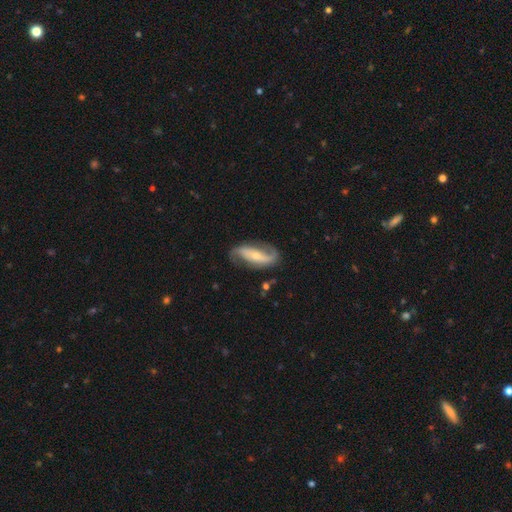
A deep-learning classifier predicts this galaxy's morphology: This appears to be a featured or disk galaxy (83%) with a strong bar (39%), 2 (89%) loose (59%) spiral arms (94%) and a small central bulge (60%). Merging: none (74%).